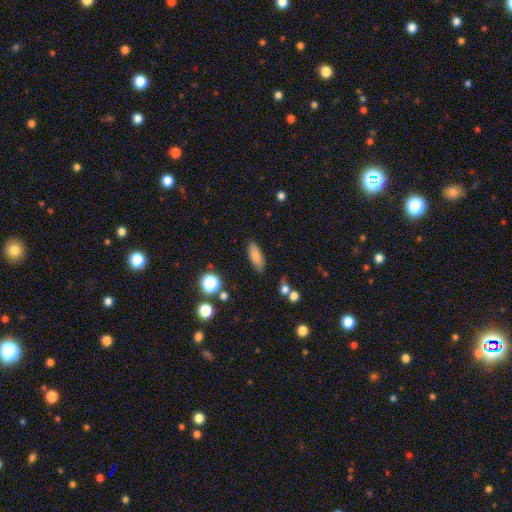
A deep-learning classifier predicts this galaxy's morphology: This appears to be a smooth galaxy with no disk features (79%) that is in between round and cigar-shaped (69%). Merging: none (83%).